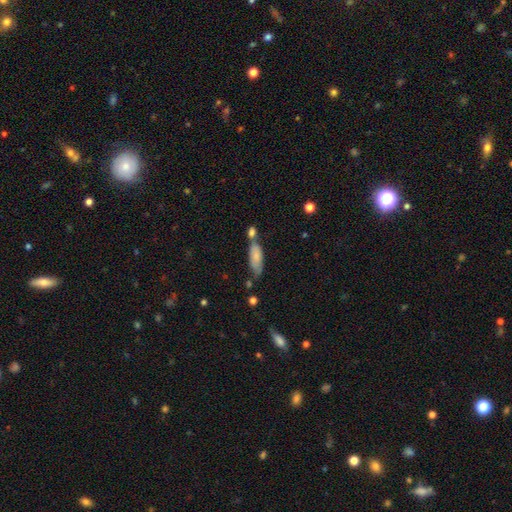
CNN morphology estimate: smooth_or_featured: smooth (p=0.76) [alt: featured or disk p=0.17]
how_rounded: in between (p=0.68) [alt: cigar-shaped p=0.30]
merging: none (p=0.46) [alt: merger p=0.28]